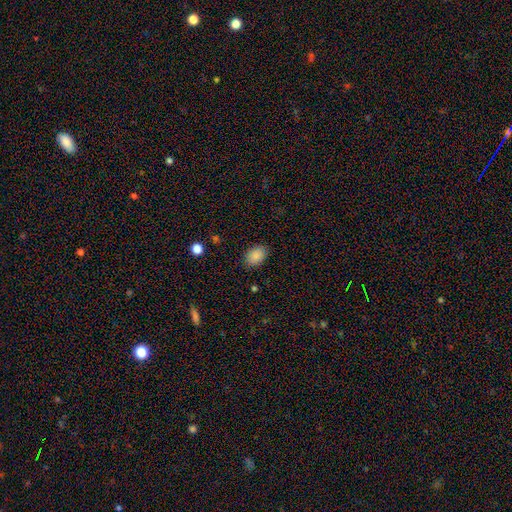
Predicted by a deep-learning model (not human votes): Smooth or featured?
  - smooth: 88% *
  - star or artifact: 8%
  - featured or disk: 4%
How rounded?
  - in between: 78% *
  - round: 21%
  - cigar-shaped: 1%
Merging?
  - none: 86% *
  - minor disturbance: 10%
  - major disturbance: 3%
  - merger: 1%